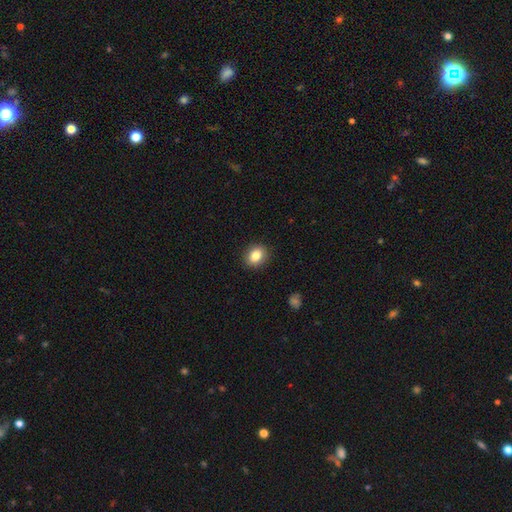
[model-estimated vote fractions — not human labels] Overall: smooth (84%). How rounded: round (55%; in between 44%). Merging: none (90%).